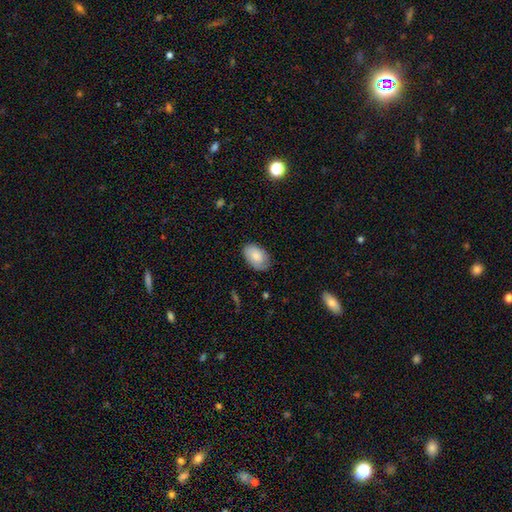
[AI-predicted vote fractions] Smooth or featured? smooth (75%)
How rounded? in between (92%)
Merging? none (77%)